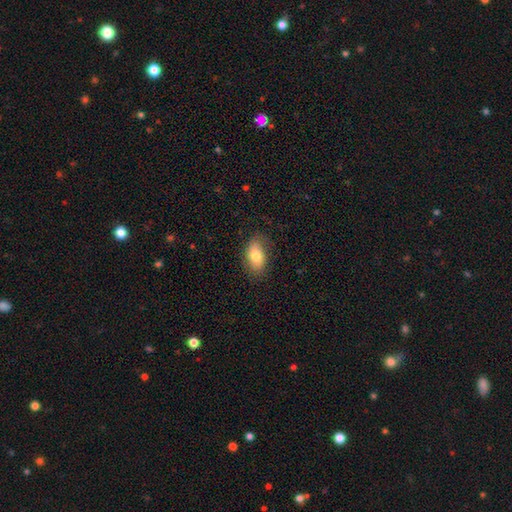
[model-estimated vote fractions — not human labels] A smooth galaxy with no disk features (76%) that is in between round and cigar-shaped (92%).

Vote fractions:
- Smooth or featured? smooth: 76% / featured or disk: 17% / star or artifact: 7%
- How rounded? in between: 92% / round: 6% / cigar-shaped: 2%
- Merging? none: 78% / minor disturbance: 17% / major disturbance: 4% / merger: 1%